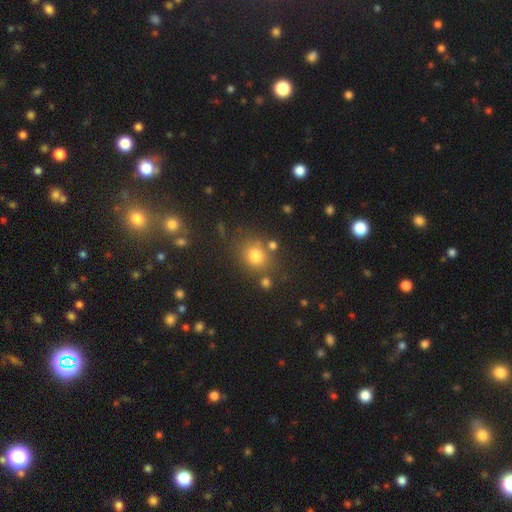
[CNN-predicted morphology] Smooth or featured?
  - smooth: 76% *
  - star or artifact: 16%
  - featured or disk: 8%
How rounded?
  - round: 74% *
  - in between: 25%
  - cigar-shaped: 1%
Merging?
  - none: 76% *
  - minor disturbance: 11%
  - merger: 9%
  - major disturbance: 4%